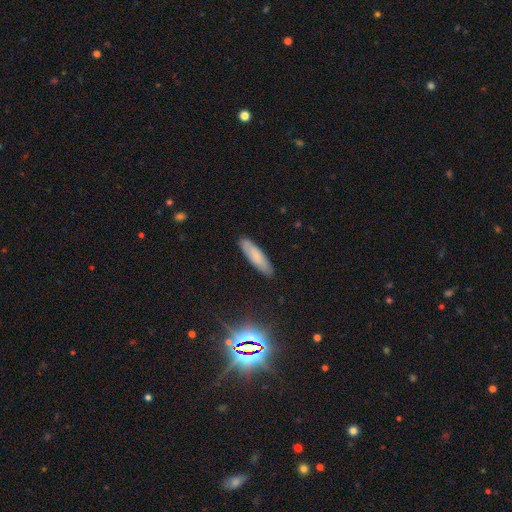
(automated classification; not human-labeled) smooth 73%, featured or disk 18%, star or artifact 9%. Down the decision tree: how rounded — cigar-shaped (70%); merging — none (88%).